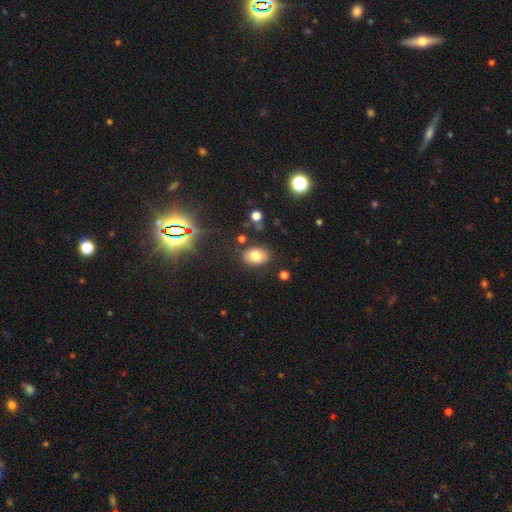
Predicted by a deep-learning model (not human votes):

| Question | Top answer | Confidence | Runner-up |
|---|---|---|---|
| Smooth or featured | smooth | 75% | star or artifact (13%) |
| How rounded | in between | 77% | round (21%) |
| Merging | none | 82% | minor disturbance (11%) |